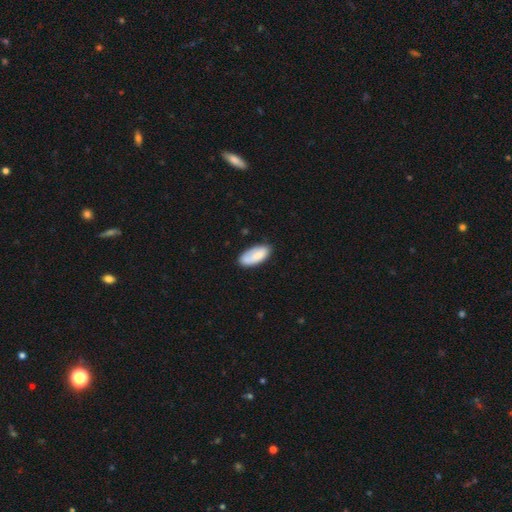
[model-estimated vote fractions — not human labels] A smooth galaxy with no disk features (80%) that is in between round and cigar-shaped (91%). Merging: none (73%).